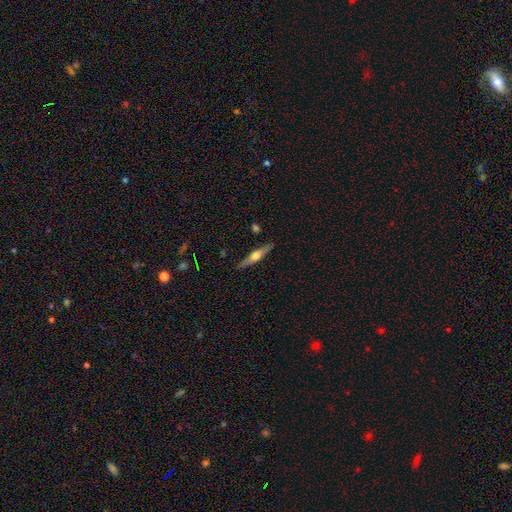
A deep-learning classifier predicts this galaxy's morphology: smooth-or-featured: featured or disk: 64% | smooth: 30% | star or artifact: 6%
  disk-edge-on: yes: 96% | no: 4%
    edge-on-bulge: rounded: 92% | boxy: 5% | none: 4%
  merging: none: 89% | minor disturbance: 8% | merger: 2% | major disturbance: 2%